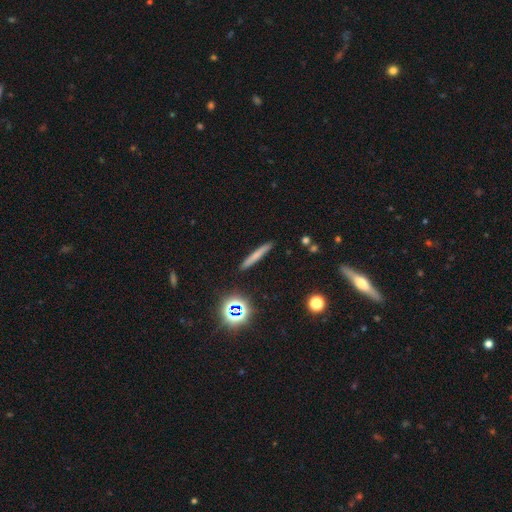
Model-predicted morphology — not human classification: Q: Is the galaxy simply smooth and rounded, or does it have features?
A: smooth — 65%.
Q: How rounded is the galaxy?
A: cigar-shaped — 93%.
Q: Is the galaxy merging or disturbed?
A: none — 90%.